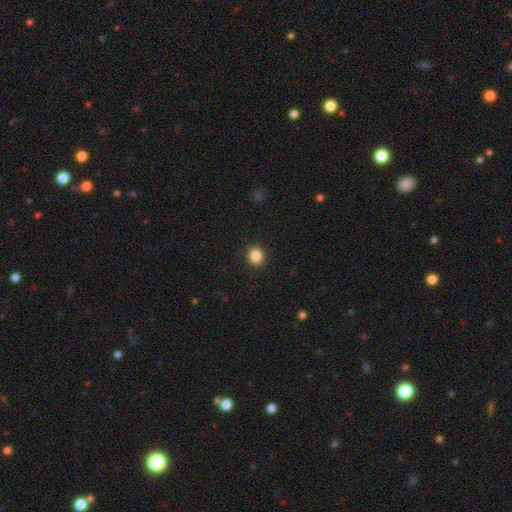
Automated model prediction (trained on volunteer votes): smooth-or-featured: smooth: 86% | star or artifact: 10% | featured or disk: 4%
  how-rounded: round: 66% | in between: 33% | cigar-shaped: 1%
  merging: none: 87% | minor disturbance: 9% | major disturbance: 3% | merger: 1%